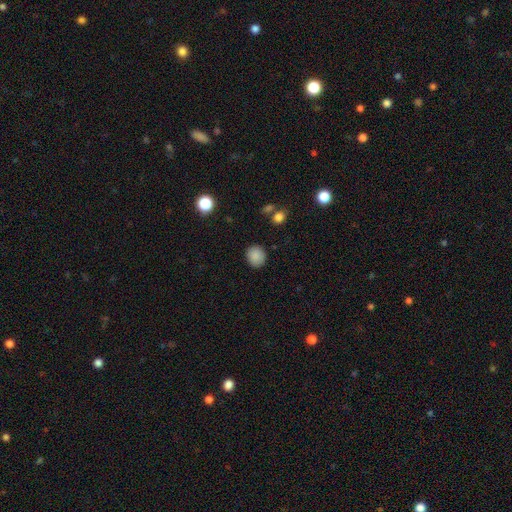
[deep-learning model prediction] Morphology: type=smooth (87%); roundness=round (82%); merging=none (87%).